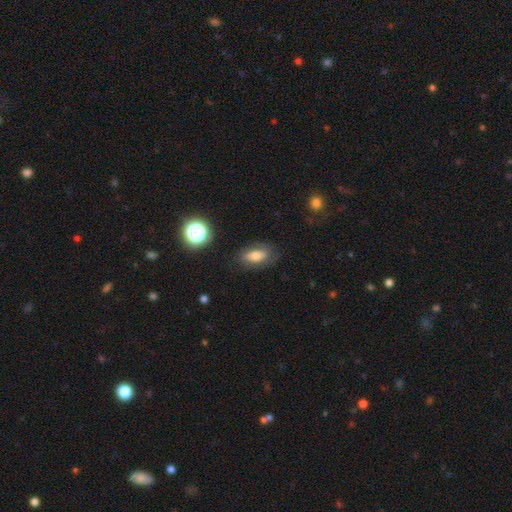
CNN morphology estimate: This is possibly a smooth galaxy (60%). How rounded: clearly in between (84%). Merging: likely none (71%).